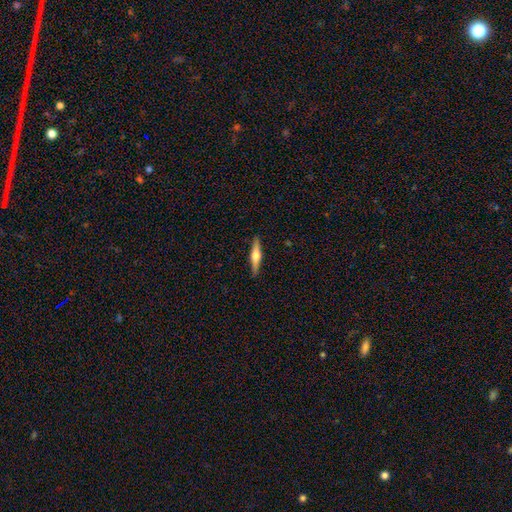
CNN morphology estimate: Q: Smooth or featured?
A: featured or disk (62%); runner-up: smooth (33%)
Q: Edge-on disk?
A: yes (97%); runner-up: no (3%)
Q: Edge-on bulge?
A: rounded (91%); runner-up: boxy (5%)
Q: Merging?
A: none (91%); runner-up: minor disturbance (7%)